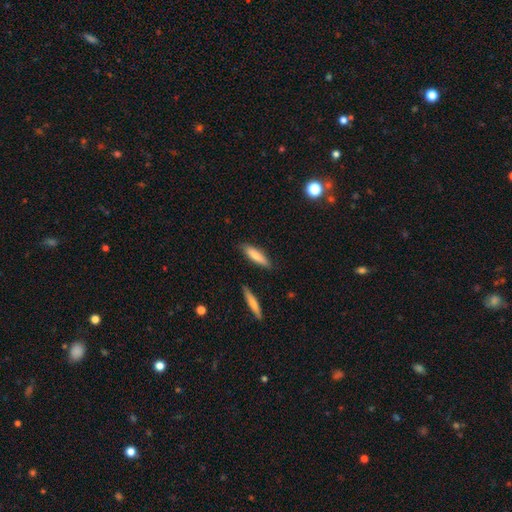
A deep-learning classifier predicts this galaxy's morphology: smooth_or_featured: smooth (p=0.79) [alt: featured or disk p=0.15]
how_rounded: cigar-shaped (p=0.69) [alt: in between p=0.29]
merging: none (p=0.83) [alt: minor disturbance p=0.12]